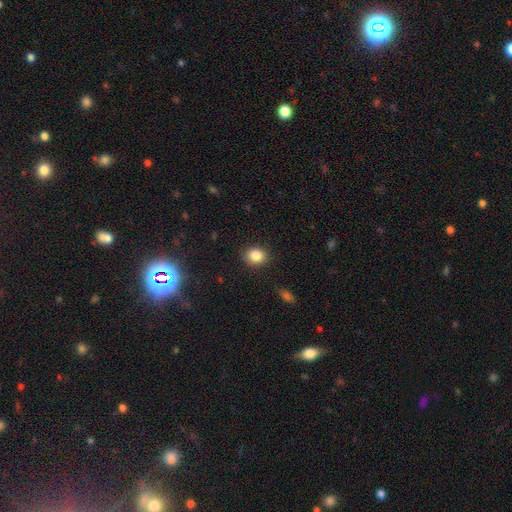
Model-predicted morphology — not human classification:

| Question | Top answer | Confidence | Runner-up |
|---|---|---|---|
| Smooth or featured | smooth | 84% | star or artifact (10%) |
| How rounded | round | 59% | in between (40%) |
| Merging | none | 88% | minor disturbance (8%) |